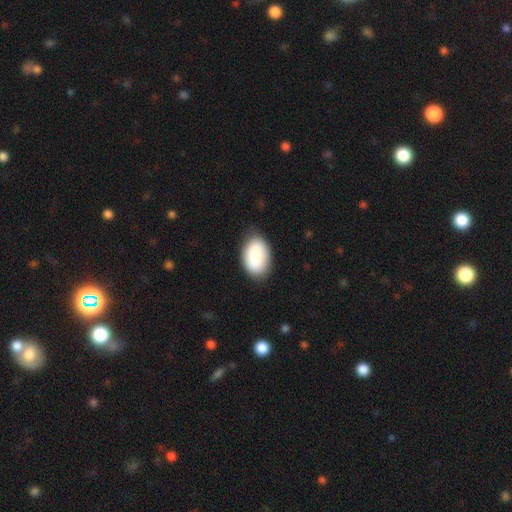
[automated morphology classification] type=smooth (87%); roundness=in between (90%); merging=none (78%).